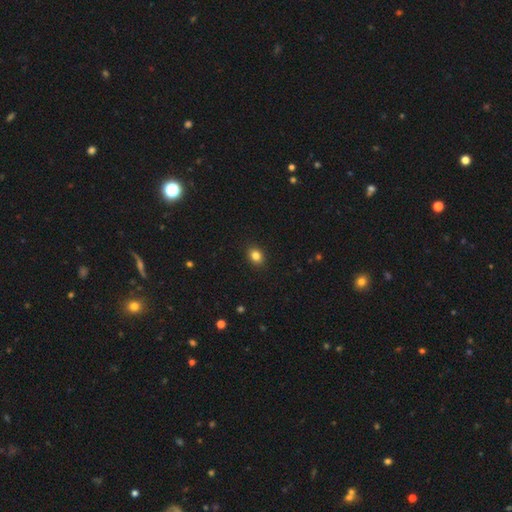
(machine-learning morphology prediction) smooth_or_featured: smooth (p=0.84) [alt: star or artifact p=0.11]
how_rounded: in between (p=0.54) [alt: round p=0.45]
merging: none (p=0.90) [alt: minor disturbance p=0.07]